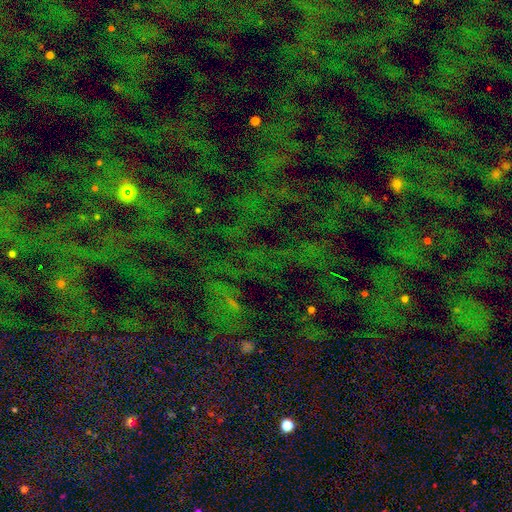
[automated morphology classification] type=star or artifact (73%).